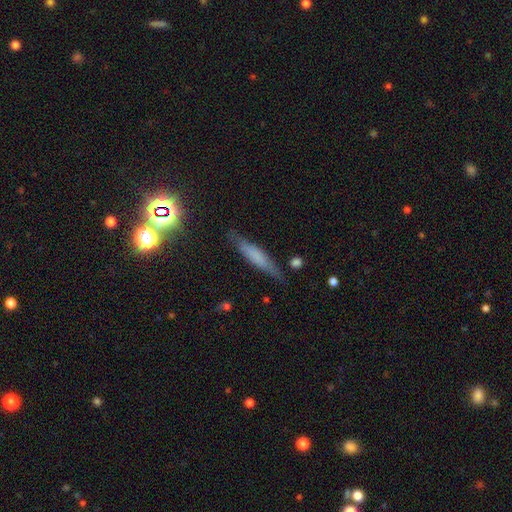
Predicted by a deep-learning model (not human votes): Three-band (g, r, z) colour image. It shows a smooth galaxy with no disk features (54%) that is cigar-shaped (86%). Merging: none (78%).